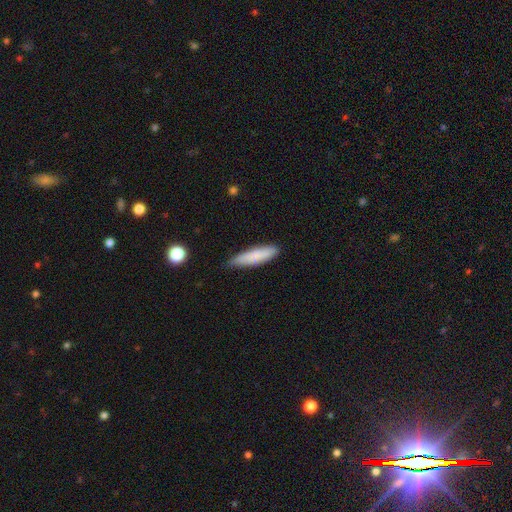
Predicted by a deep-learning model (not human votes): The model was most divided on "how rounded": cigar-shaped: 75%, in between: 24%, round: 2%. More confident: smooth or featured — smooth (80%); merging — none (77%).